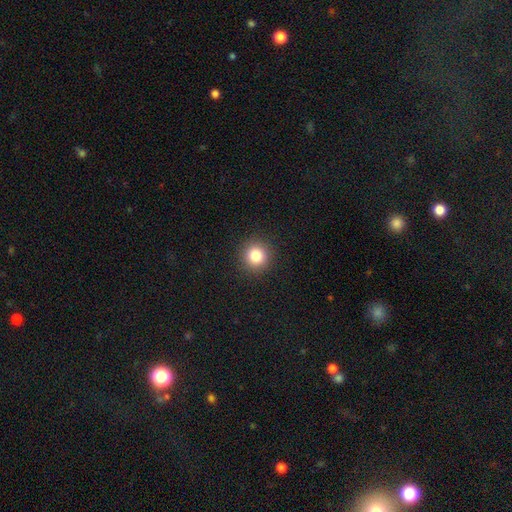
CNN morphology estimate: smooth-or-featured: smooth: 83% | star or artifact: 11% | featured or disk: 6%
  how-rounded: round: 94% | in between: 5% | cigar-shaped: 1%
  merging: none: 92% | minor disturbance: 5% | major disturbance: 2% | merger: 1%